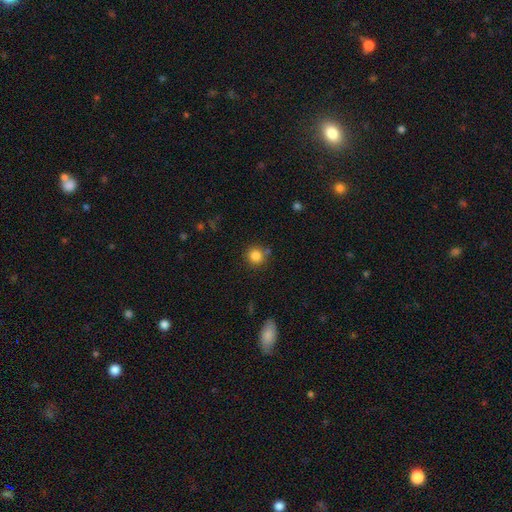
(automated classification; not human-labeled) A smooth galaxy with no disk features (84%) that is round (92%).

Vote fractions:
- Smooth or featured? smooth: 84% / star or artifact: 11% / featured or disk: 5%
- How rounded? round: 92% / in between: 7% / cigar-shaped: 1%
- Merging? none: 80% / minor disturbance: 11% / merger: 7% / major disturbance: 3%